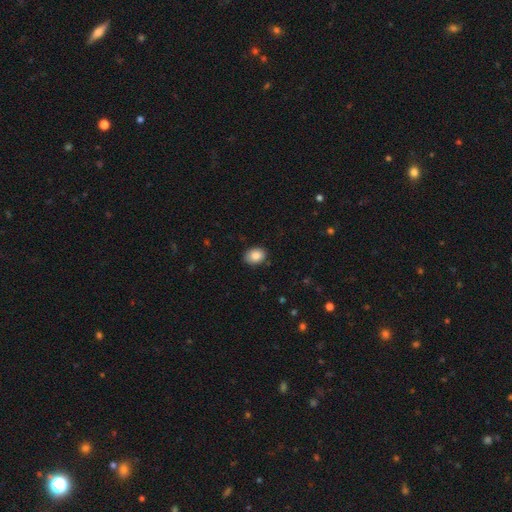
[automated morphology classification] type=smooth (87%); roundness=in between (68%); merging=none (84%).